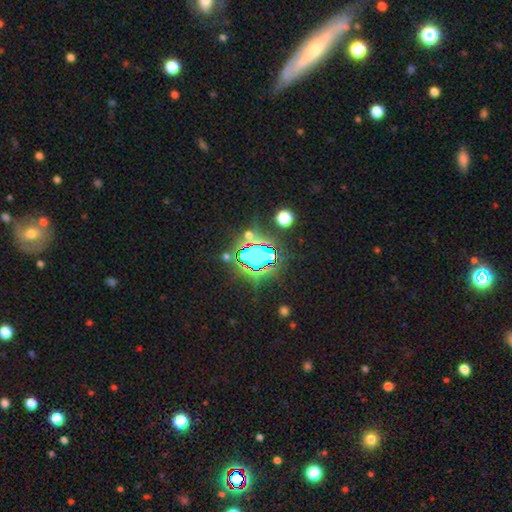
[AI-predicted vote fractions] The model was most divided on "smooth or featured": star or artifact: 66%, smooth: 21%, featured or disk: 13%.